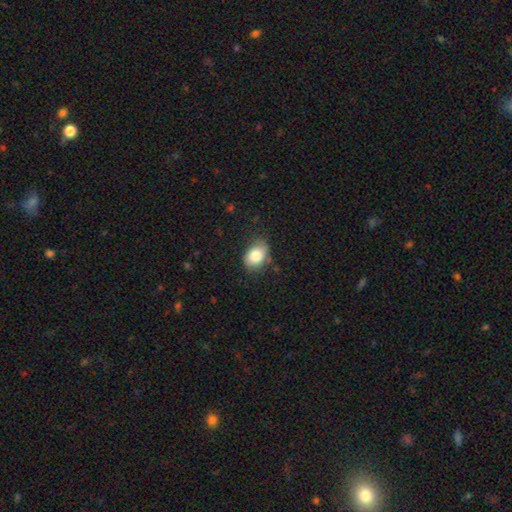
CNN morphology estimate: A smooth galaxy with no disk features (83%) that is in between round and cigar-shaped (72%).

Vote fractions:
- Smooth or featured? smooth: 83% / featured or disk: 9% / star or artifact: 8%
- How rounded? in between: 72% / round: 27% / cigar-shaped: 1%
- Merging? none: 69% / minor disturbance: 24% / major disturbance: 5% / merger: 2%